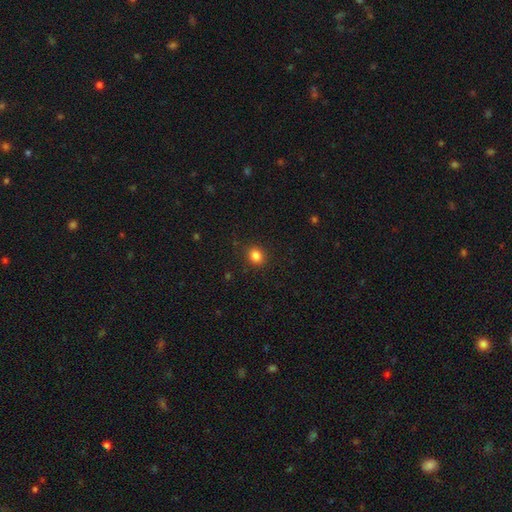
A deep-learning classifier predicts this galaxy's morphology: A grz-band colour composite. It shows a smooth galaxy with no disk features (84%) that is round (69%). Merging: none (89%).